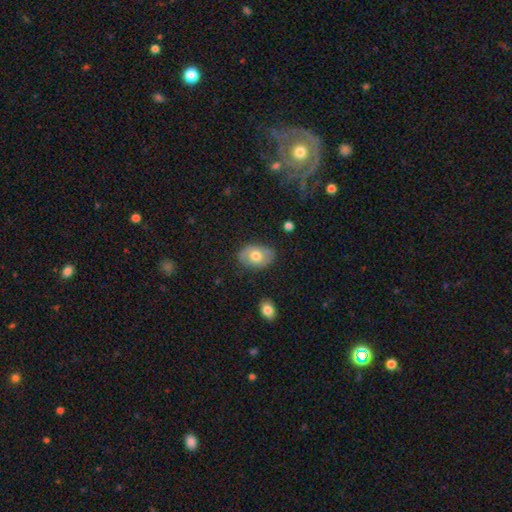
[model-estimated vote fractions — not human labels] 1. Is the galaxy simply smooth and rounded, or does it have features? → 66% smooth, 27% featured or disk, 7% star or artifact.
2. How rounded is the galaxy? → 83% in between, 16% round, 1% cigar-shaped.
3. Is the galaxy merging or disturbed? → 79% none, 16% minor disturbance, 3% major disturbance, 2% merger.